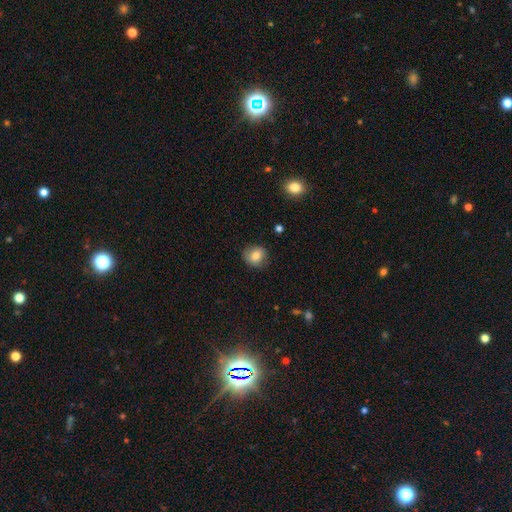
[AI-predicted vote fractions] Smooth or featured?
  - smooth: 79% *
  - featured or disk: 12%
  - star or artifact: 9%
How rounded?
  - round: 76% *
  - in between: 23%
  - cigar-shaped: 1%
Merging?
  - none: 79% *
  - minor disturbance: 16%
  - major disturbance: 4%
  - merger: 1%